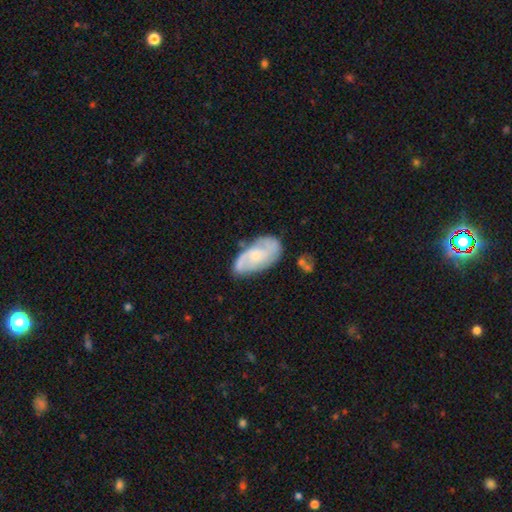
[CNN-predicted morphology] Smooth or featured? featured or disk (70%)
Edge-on disk? no (96%)
Bar? no (64%)
Spiral arms? yes (91%)
Spiral winding? medium (45%)
Spiral arm count? 2 (56%)
Bulge size? small (60%)
Merging? none (64%)